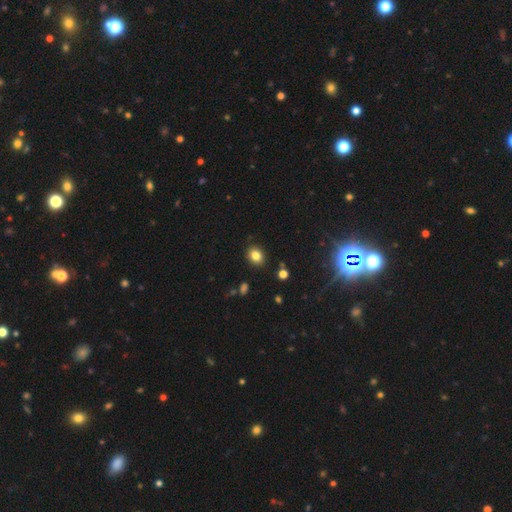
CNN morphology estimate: type=smooth (83%); roundness=in between (50%); merging=none (88%).